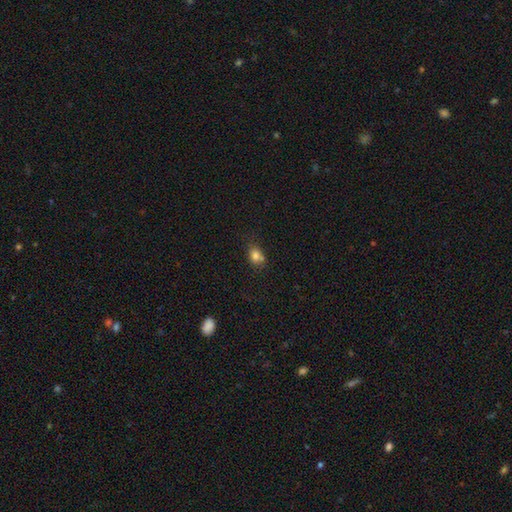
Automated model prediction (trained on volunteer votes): This appears to be a smooth galaxy with no disk features (78%) that is in between round and cigar-shaped (51%). Merging: none (51%).